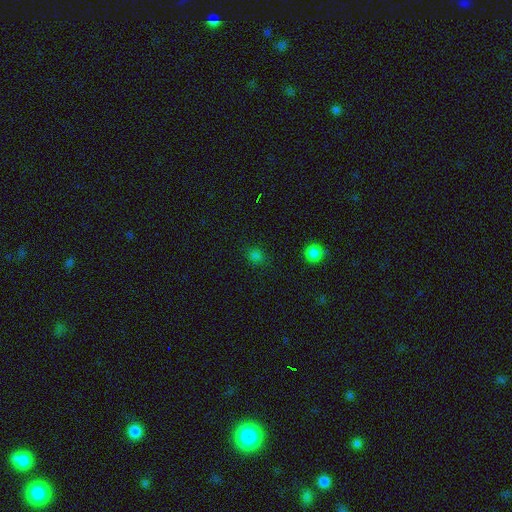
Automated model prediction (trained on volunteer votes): This appears to be a smooth galaxy with no disk features (75%) that is round (75%). Merging: none (85%).